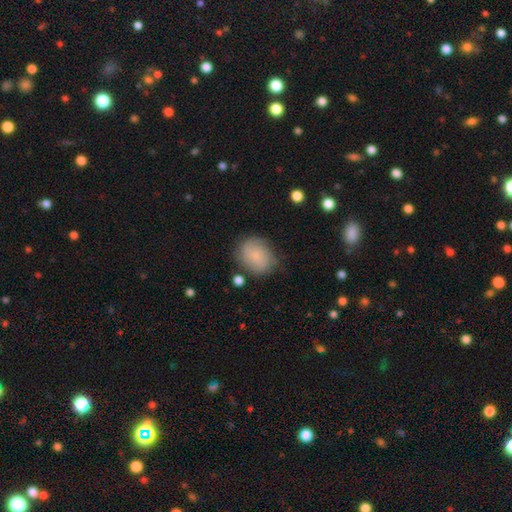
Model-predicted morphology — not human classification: Q: Smooth or featured?
A: smooth (69%); runner-up: featured or disk (23%)
Q: How rounded?
A: round (54%); runner-up: in between (44%)
Q: Merging?
A: none (69%); runner-up: minor disturbance (22%)